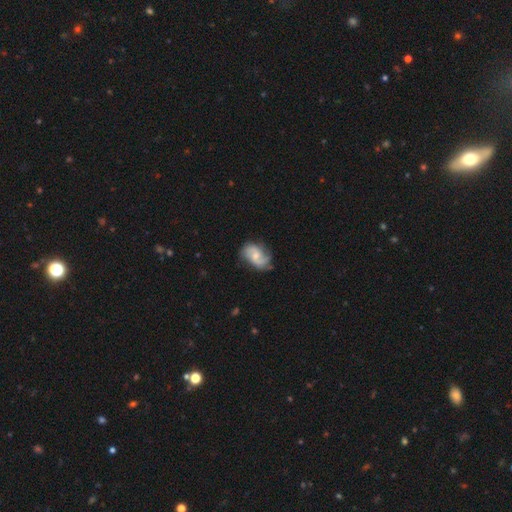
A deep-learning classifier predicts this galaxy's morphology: A featured or disk galaxy (72%) with no bar (54%), 2 (82%) medium (41%, tied with loose) spiral arms (94%) and a small central bulge (49%). Merging: none (70%).